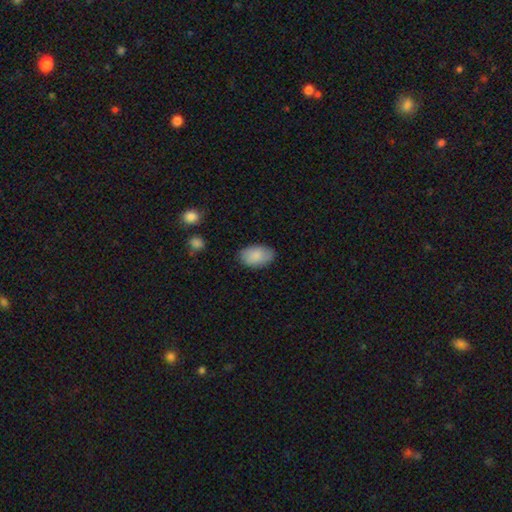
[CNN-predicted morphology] Q: Smooth or featured?
A: smooth (87%); runner-up: featured or disk (7%)
Q: How rounded?
A: in between (92%); runner-up: round (6%)
Q: Merging?
A: none (84%); runner-up: minor disturbance (12%)